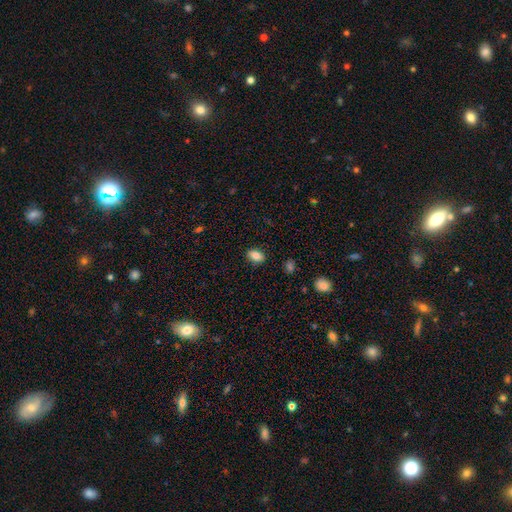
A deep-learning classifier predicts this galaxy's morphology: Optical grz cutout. It shows a smooth galaxy with no disk features (81%) that is in between round and cigar-shaped (83%). Merging: none (87%).